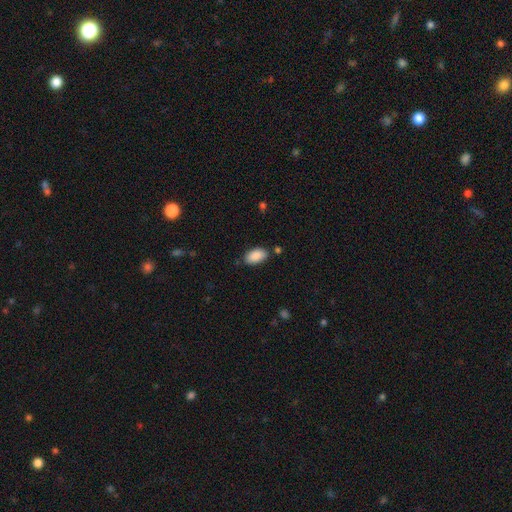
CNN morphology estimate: The model was most divided on "merging": none: 80%, minor disturbance: 14%, merger: 3%, major disturbance: 3%. More confident: how rounded — in between (95%); smooth or featured — smooth (89%).